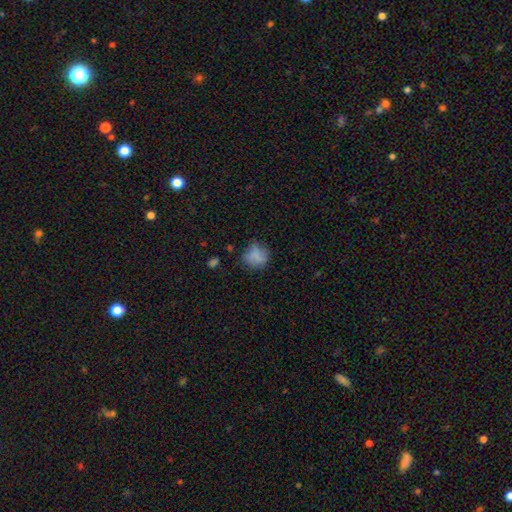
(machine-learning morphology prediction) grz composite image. It shows a smooth galaxy with no disk features (78%) that is round (73%). Merging: none (61%).